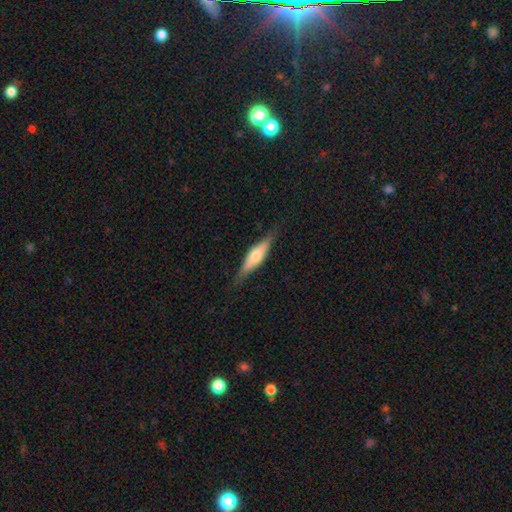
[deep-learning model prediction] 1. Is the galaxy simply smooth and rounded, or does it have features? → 56% featured or disk, 38% smooth, 6% star or artifact.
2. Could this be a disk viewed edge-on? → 93% yes, 7% no.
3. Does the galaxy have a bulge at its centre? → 83% rounded, 13% boxy, 4% none.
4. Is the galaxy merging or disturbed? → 82% none, 14% minor disturbance, 3% major disturbance, 1% merger.